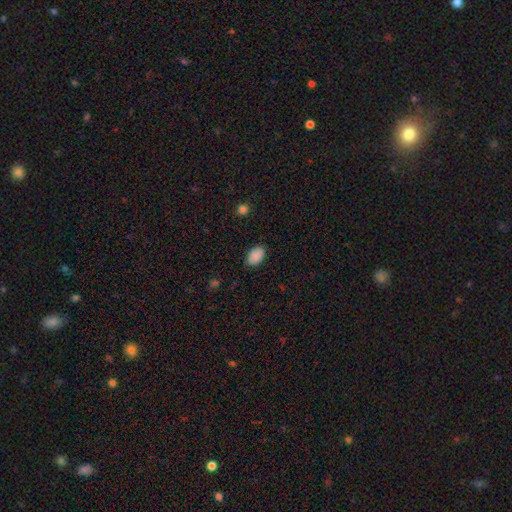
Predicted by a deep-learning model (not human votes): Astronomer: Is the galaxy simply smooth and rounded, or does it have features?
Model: smooth — 89%.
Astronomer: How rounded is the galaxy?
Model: in between — 88%.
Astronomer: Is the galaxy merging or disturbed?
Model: none — 85%.